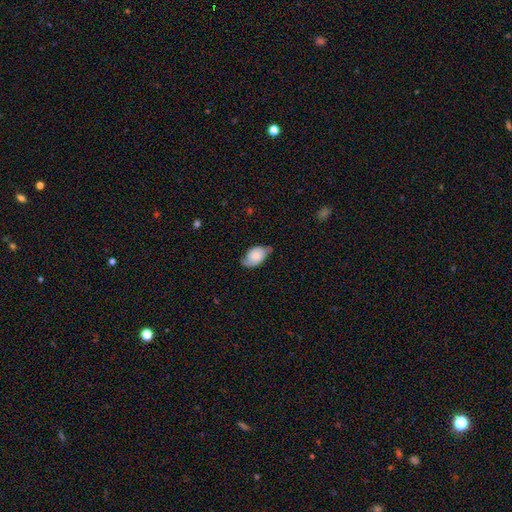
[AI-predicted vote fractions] Smooth or featured: smooth — 65% (featured or disk — 28%)
How rounded: in between — 92% (round — 6%)
Merging: none — 52% (minor disturbance — 37%)